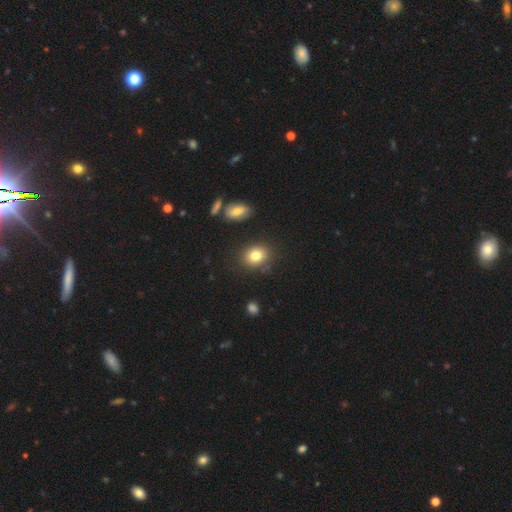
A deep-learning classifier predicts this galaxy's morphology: type=smooth (80%); roundness=round (53%); merging=none (81%).